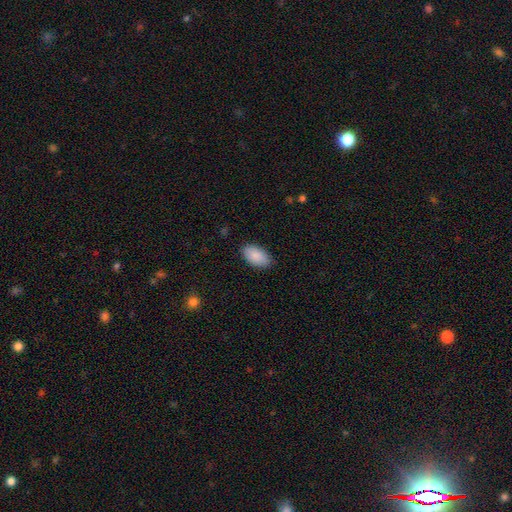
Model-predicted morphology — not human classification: Smooth or featured? smooth (90%)
How rounded? in between (95%)
Merging? none (86%)